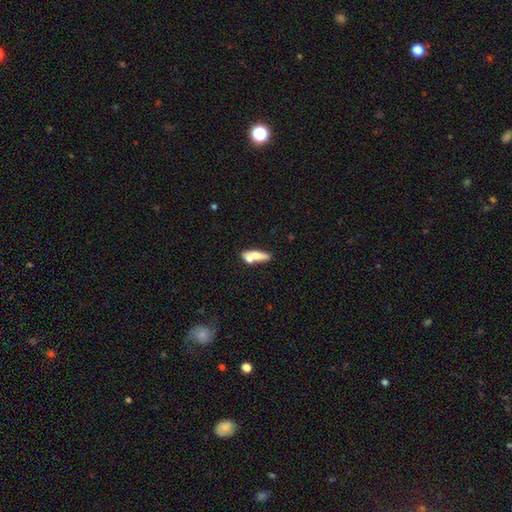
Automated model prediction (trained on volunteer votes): Overall: smooth (61%; featured or disk 32%). How rounded: cigar-shaped (52%; in between 44%). Merging: none (45%; merger 36%).